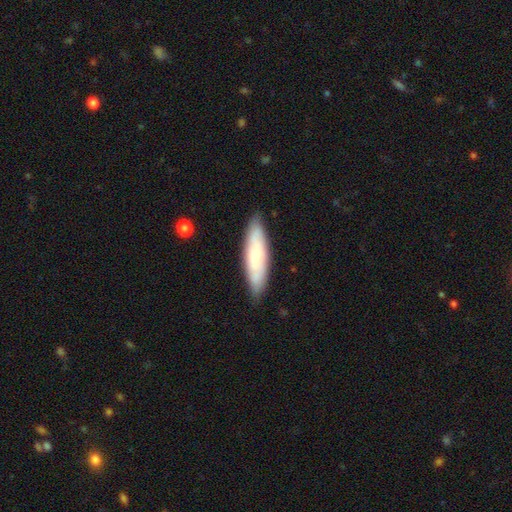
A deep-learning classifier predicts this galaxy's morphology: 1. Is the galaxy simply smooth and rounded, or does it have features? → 56% smooth, 38% featured or disk, 6% star or artifact.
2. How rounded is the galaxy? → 59% cigar-shaped, 40% in between, 2% round.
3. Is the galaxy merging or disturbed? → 85% none, 12% minor disturbance, 2% major disturbance, 1% merger.